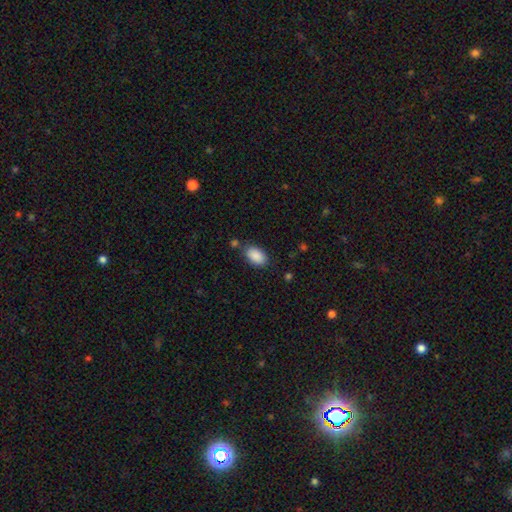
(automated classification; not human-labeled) Morphology: type=smooth (90%); roundness=in between (93%); merging=none (77%).